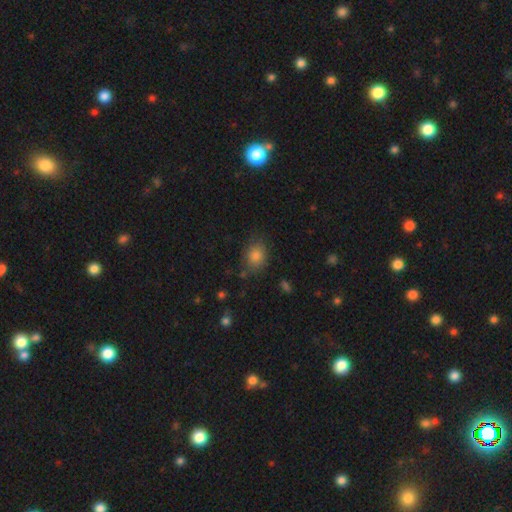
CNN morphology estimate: smooth 83%, star or artifact 10%, featured or disk 7%. Down the decision tree: how rounded — in between (50%); merging — none (75%).